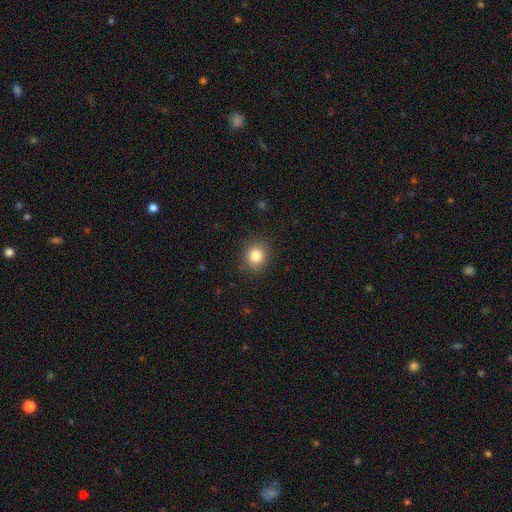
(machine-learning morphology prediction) Overall: smooth (83%). How rounded: round (82%). Merging: none (87%).